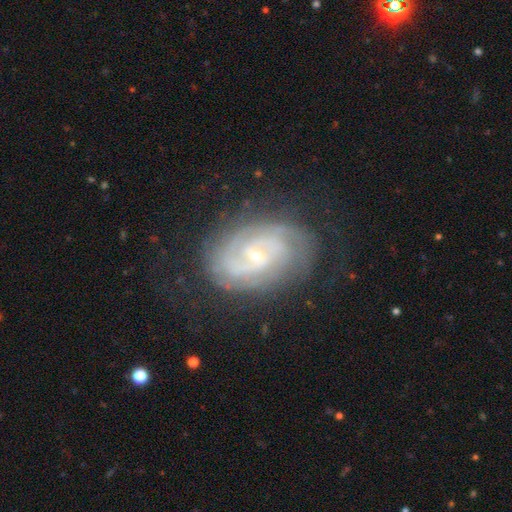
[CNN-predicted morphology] smooth_or_featured: featured or disk (p=0.86) [alt: smooth p=0.08]
disk_edge_on: no (p=0.97) [alt: yes p=0.03]
bar: no (p=0.48) [alt: weak p=0.40]
has_spiral_arms: yes (p=0.96) [alt: no p=0.04]
spiral_winding: tight (p=0.64) [alt: medium p=0.29]
spiral_arm_count: 2 (p=0.52) [alt: can't tell p=0.22]
bulge_size: small (p=0.76) [alt: moderate p=0.21]
merging: none (p=0.76) [alt: minor disturbance p=0.16]